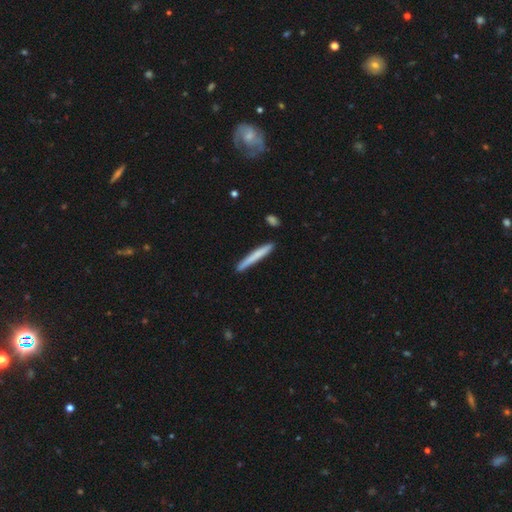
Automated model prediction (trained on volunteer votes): smooth 69%, featured or disk 26%, star or artifact 5%. Down the decision tree: how rounded — cigar-shaped (97%); merging — none (88%).